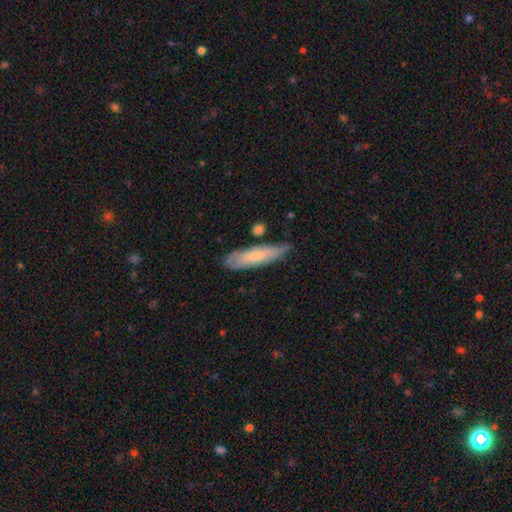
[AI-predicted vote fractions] The model was most divided on "smooth or featured": smooth: 58%, featured or disk: 36%, star or artifact: 6%. More confident: how rounded — cigar-shaped (75%); merging — none (70%).